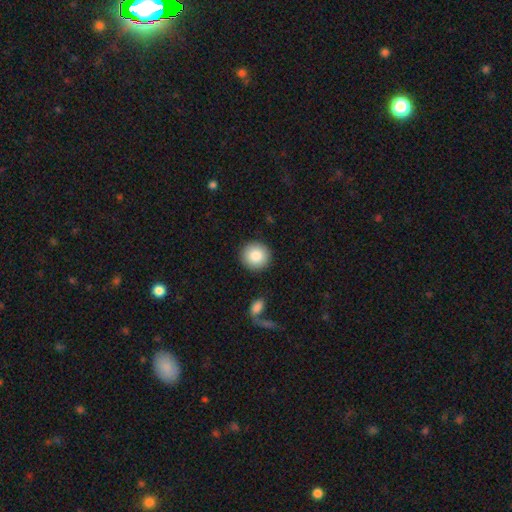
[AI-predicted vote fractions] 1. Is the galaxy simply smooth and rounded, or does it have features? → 87% smooth, 7% star or artifact, 6% featured or disk.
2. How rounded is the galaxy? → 92% round, 7% in between, 1% cigar-shaped.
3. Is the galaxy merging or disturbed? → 90% none, 6% minor disturbance, 2% major disturbance, 2% merger.